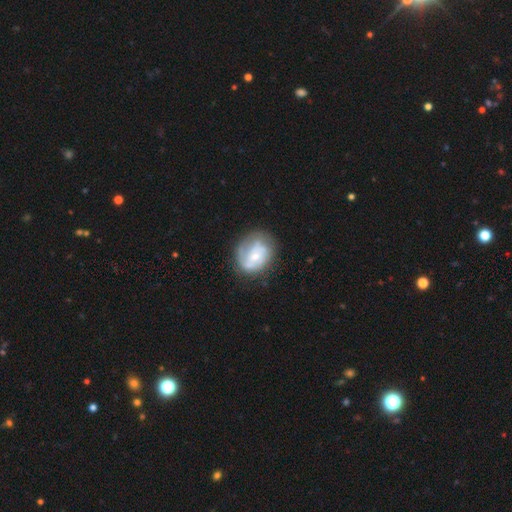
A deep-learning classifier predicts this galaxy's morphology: Smooth or featured? featured or disk (62%)
Edge-on disk? no (97%)
Bar? no (63%)
Spiral arms? yes (73%)
Bulge size? small (58%)
Merging? none (57%)